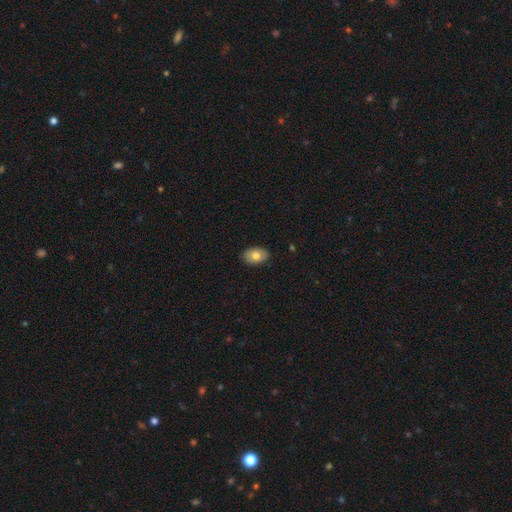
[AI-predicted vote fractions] Smooth or featured: smooth — 75% (featured or disk — 18%)
How rounded: in between — 87% (round — 11%)
Merging: none — 88% (minor disturbance — 9%)